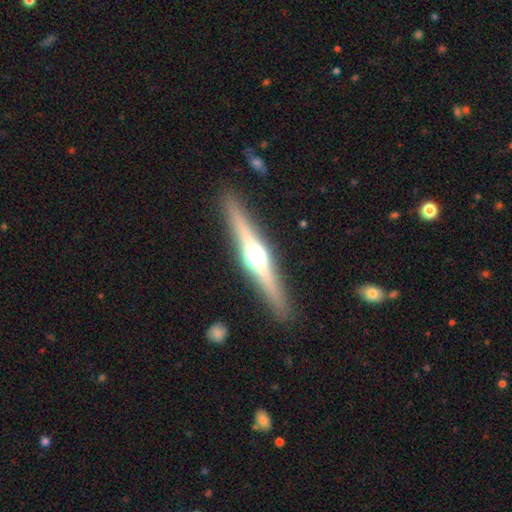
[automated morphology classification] The model was most divided on "smooth or featured": featured or disk: 74%, smooth: 19%, star or artifact: 7%. More confident: edge-on disk — yes (97%); edge-on bulge — rounded (94%); merging — none (89%).